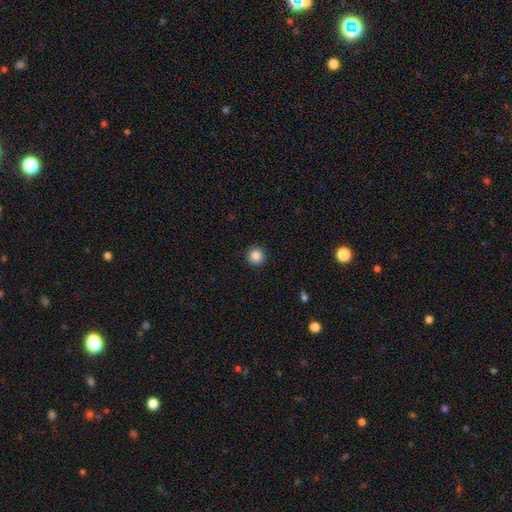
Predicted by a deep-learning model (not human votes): smooth-or-featured: smooth: 87% | star or artifact: 10% | featured or disk: 4%
  how-rounded: round: 96% | in between: 3% | cigar-shaped: 1%
  merging: none: 92% | minor disturbance: 5% | major disturbance: 2% | merger: 1%